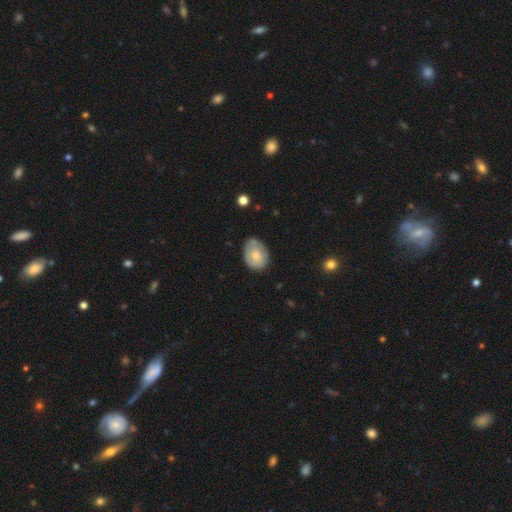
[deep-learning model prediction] smooth 68%, featured or disk 25%, star or artifact 7%. Down the decision tree: how rounded — in between (69%); merging — none (61%).